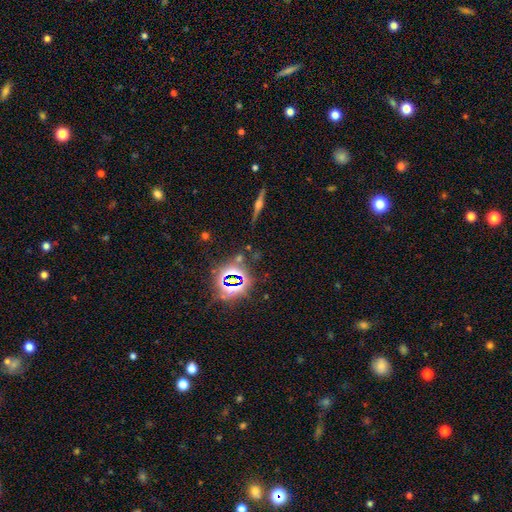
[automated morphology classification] Smooth or featured: star or artifact — 62% (featured or disk — 20%)